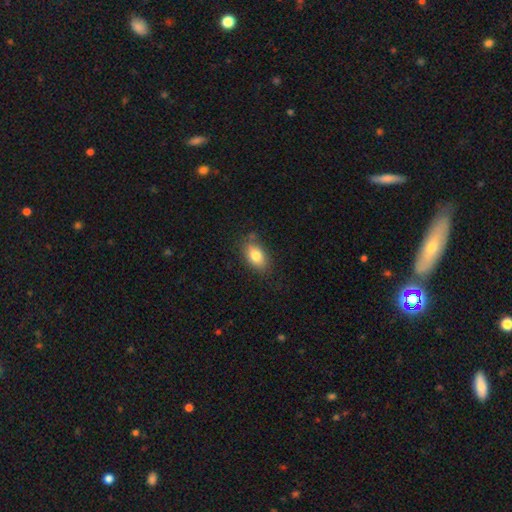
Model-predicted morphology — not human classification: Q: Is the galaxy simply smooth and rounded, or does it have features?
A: smooth — 80%.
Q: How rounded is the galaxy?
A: in between — 87%.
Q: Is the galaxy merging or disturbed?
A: none — 76%.